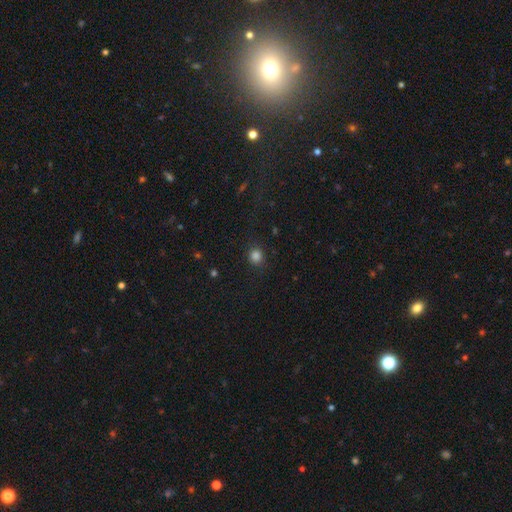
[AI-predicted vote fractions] smooth-or-featured: smooth: 83% | star or artifact: 13% | featured or disk: 3%
  how-rounded: round: 87% | in between: 12% | cigar-shaped: 1%
  merging: none: 87% | minor disturbance: 8% | major disturbance: 3% | merger: 1%